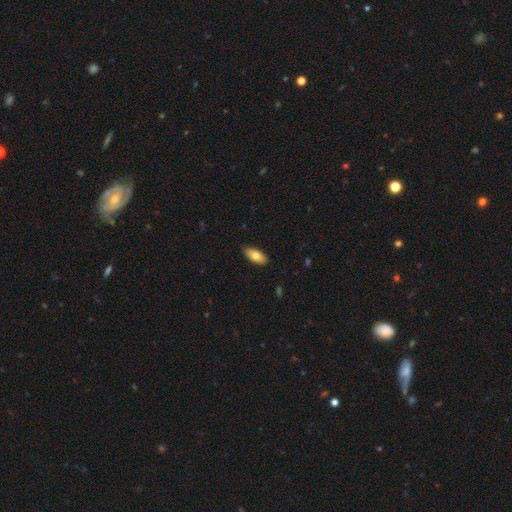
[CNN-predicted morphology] Smooth or featured? smooth (76%)
How rounded? in between (87%)
Merging? none (86%)